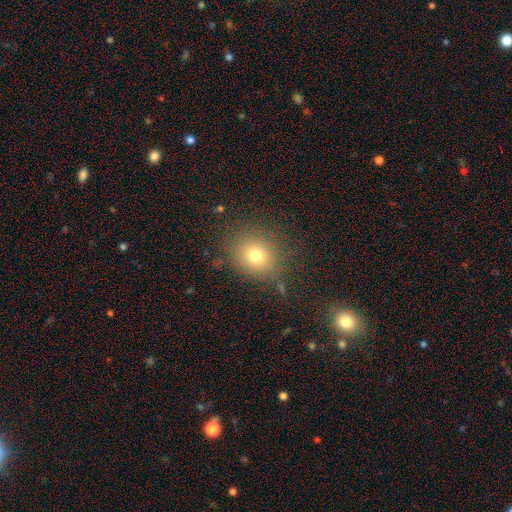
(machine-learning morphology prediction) smooth 75%, star or artifact 15%, featured or disk 10%. Down the decision tree: how rounded — round (71%); merging — none (82%).